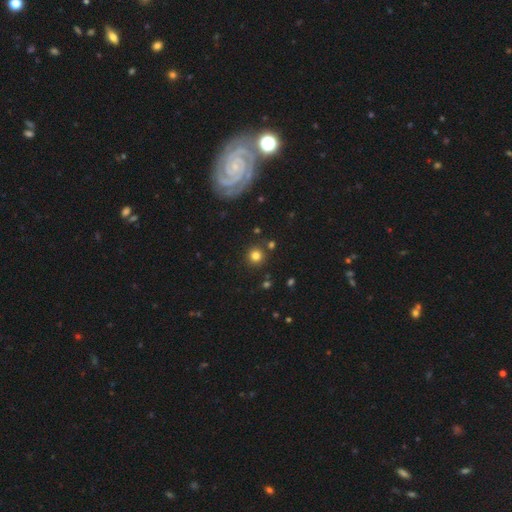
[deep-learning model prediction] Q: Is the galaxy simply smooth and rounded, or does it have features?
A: smooth — 79%.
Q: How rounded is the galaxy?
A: round — 93%.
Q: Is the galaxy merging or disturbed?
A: none — 86%.